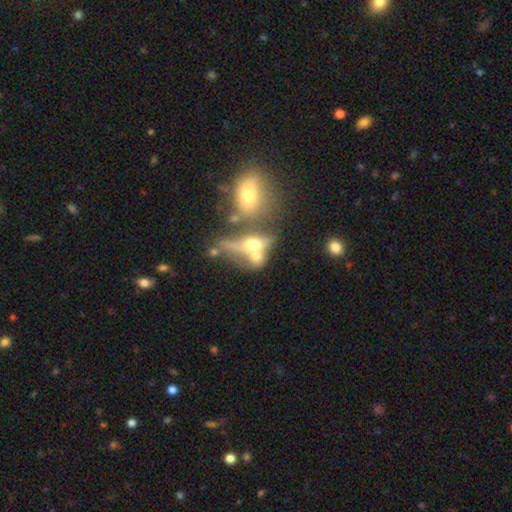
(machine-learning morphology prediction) smooth_or_featured: smooth (p=0.49) [alt: featured or disk p=0.36]
merging: merger (p=0.60) [alt: none p=0.19]